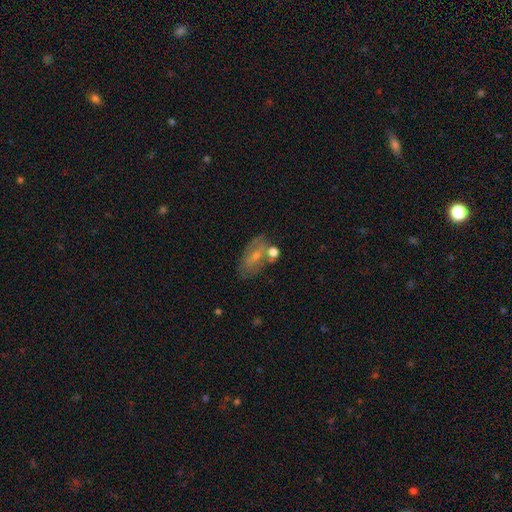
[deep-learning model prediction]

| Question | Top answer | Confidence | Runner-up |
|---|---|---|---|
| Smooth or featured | smooth | 46% | featured or disk (44%) |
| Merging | none | 51% | merger (20%) |